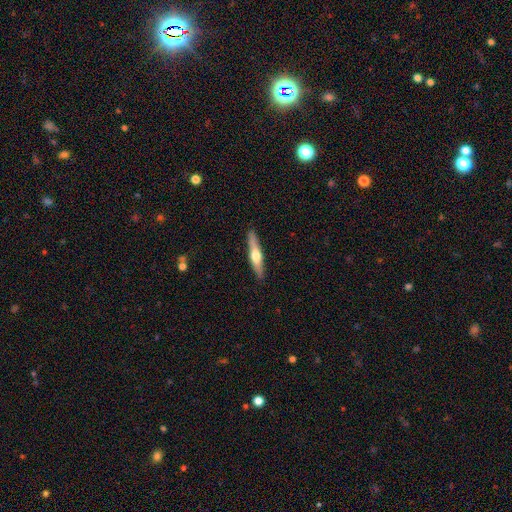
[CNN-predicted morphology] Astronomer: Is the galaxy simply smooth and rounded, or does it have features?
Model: featured or disk — 53% (runner-up: smooth, 42%).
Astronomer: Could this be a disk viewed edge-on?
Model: yes — 94%.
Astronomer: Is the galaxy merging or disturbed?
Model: none — 90%.